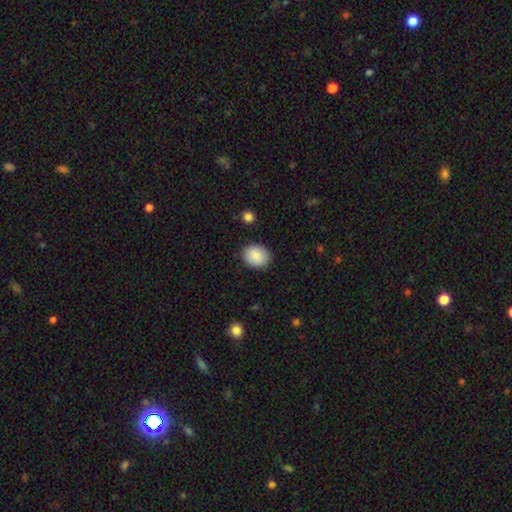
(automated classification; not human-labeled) Smooth or featured: smooth — 88% (star or artifact — 7%)
How rounded: round — 50% (in between — 49%)
Merging: none — 87% (minor disturbance — 9%)